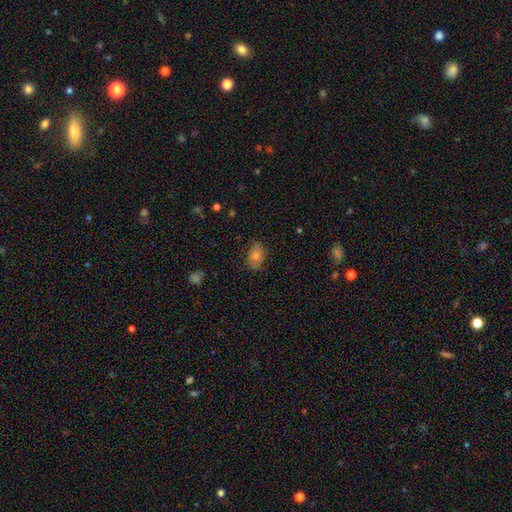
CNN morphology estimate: Smooth or featured? Predicted: smooth (p=0.55). How rounded? Predicted: in between (p=0.79). Merging? Predicted: none (p=0.78).